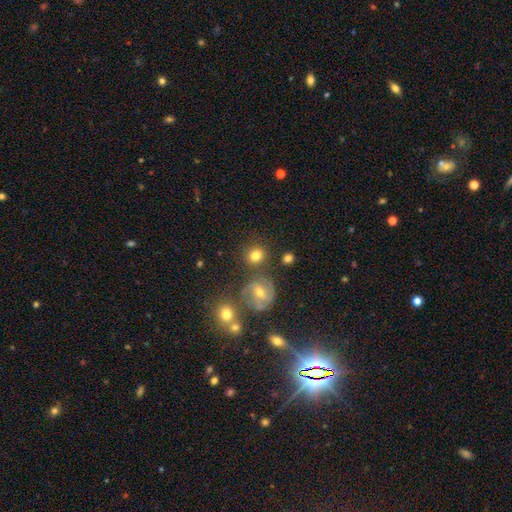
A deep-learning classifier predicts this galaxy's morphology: Smooth or featured? Predicted: smooth (p=0.76). How rounded? Predicted: round (p=0.81). Merging? Predicted: none (p=0.73).